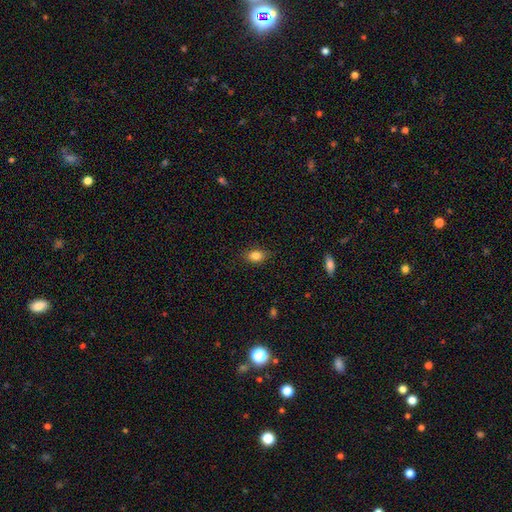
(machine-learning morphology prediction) smooth-or-featured: smooth: 83% | star or artifact: 10% | featured or disk: 7%
  how-rounded: in between: 76% | round: 21% | cigar-shaped: 3%
  merging: none: 83% | minor disturbance: 13% | major disturbance: 3% | merger: 1%